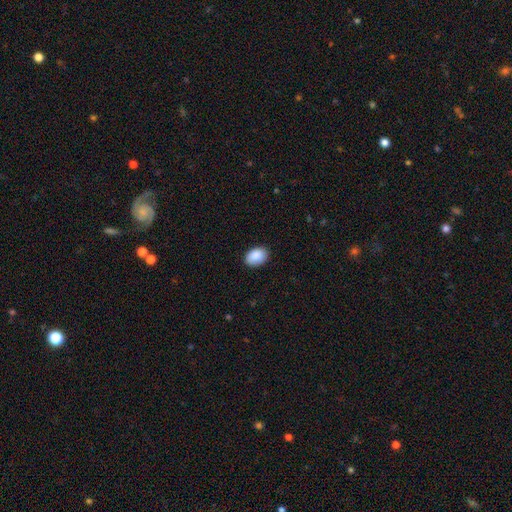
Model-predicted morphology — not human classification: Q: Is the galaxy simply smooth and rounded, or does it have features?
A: smooth — 89%.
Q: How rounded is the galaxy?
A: in between — 83%.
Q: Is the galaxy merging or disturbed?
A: none — 86%.